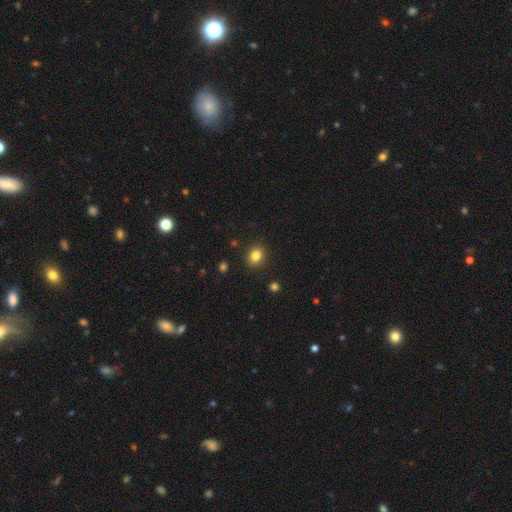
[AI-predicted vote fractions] smooth 83%, star or artifact 11%, featured or disk 6%. Down the decision tree: how rounded — round (51%); merging — none (89%).